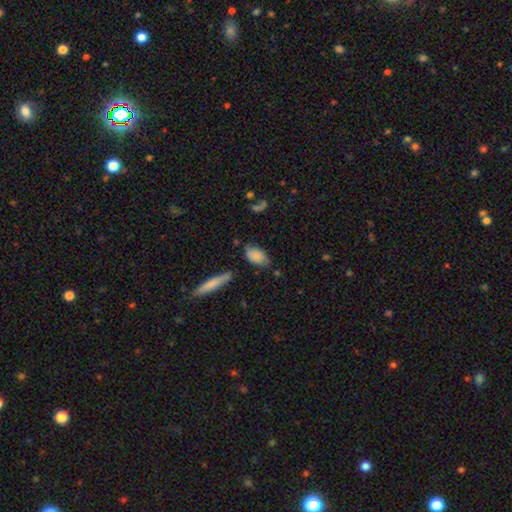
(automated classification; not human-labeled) smooth_or_featured: smooth (p=0.77) [alt: featured or disk p=0.16]
how_rounded: in between (p=0.89) [alt: cigar-shaped p=0.06]
merging: none (p=0.64) [alt: minor disturbance p=0.25]